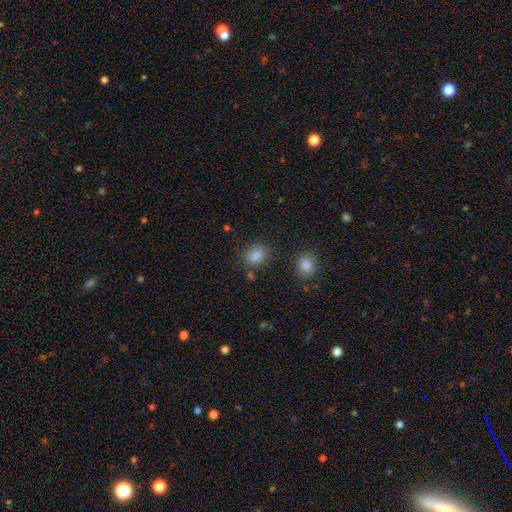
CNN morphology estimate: This is clearly a smooth galaxy (85%). How rounded: possibly in between (53%). Merging: likely none (75%).